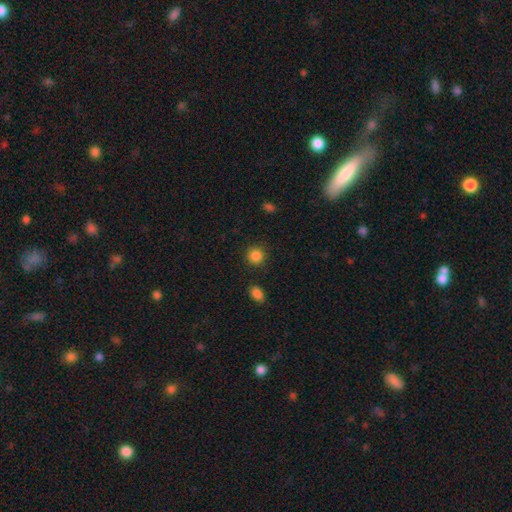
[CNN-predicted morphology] Q: Smooth or featured?
A: smooth (86%); runner-up: star or artifact (10%)
Q: How rounded?
A: round (90%); runner-up: in between (9%)
Q: Merging?
A: none (88%); runner-up: minor disturbance (7%)